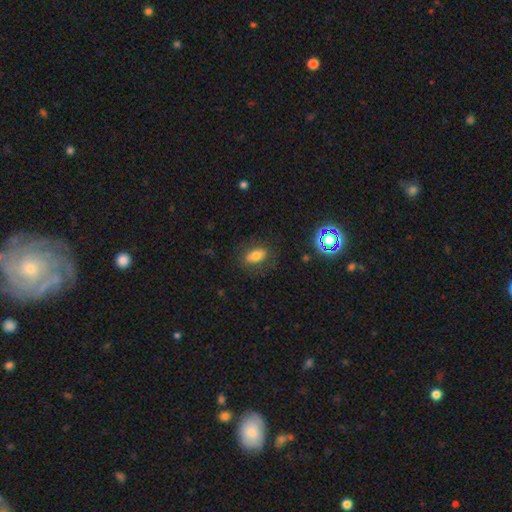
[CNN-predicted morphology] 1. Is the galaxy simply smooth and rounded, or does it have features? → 73% smooth, 15% featured or disk, 12% star or artifact.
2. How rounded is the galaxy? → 87% in between, 8% round, 4% cigar-shaped.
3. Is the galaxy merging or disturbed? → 78% none, 14% minor disturbance, 7% major disturbance, 1% merger.